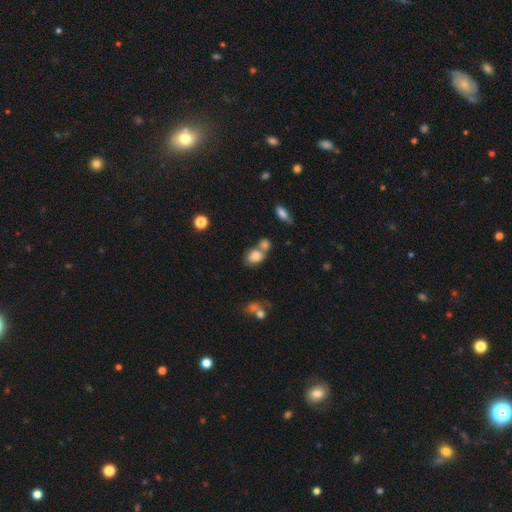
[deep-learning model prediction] Smooth or featured: smooth — 78% (featured or disk — 12%)
How rounded: in between — 67% (round — 31%)
Merging: merger — 46% (none — 34%)